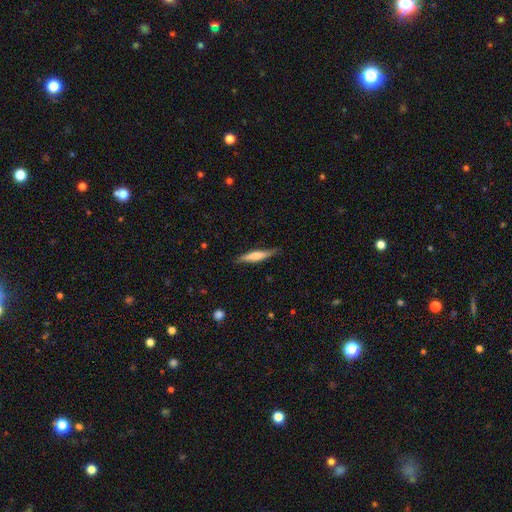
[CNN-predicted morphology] smooth 56%, featured or disk 39%, star or artifact 6%. Down the decision tree: how rounded — cigar-shaped (87%); merging — none (79%).